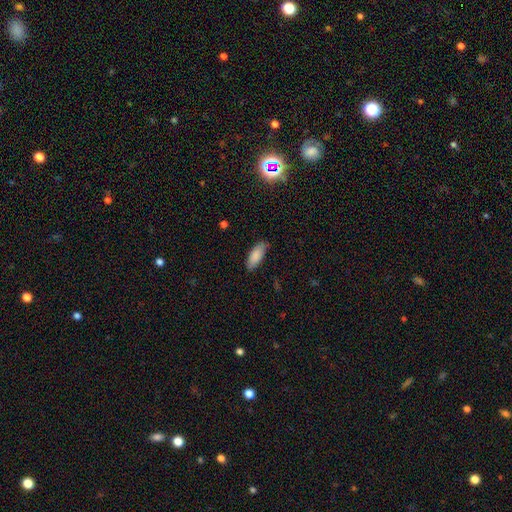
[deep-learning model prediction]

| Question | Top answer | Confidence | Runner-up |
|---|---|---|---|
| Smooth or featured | smooth | 87% | featured or disk (7%) |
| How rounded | in between | 80% | cigar-shaped (19%) |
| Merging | none | 82% | minor disturbance (14%) |